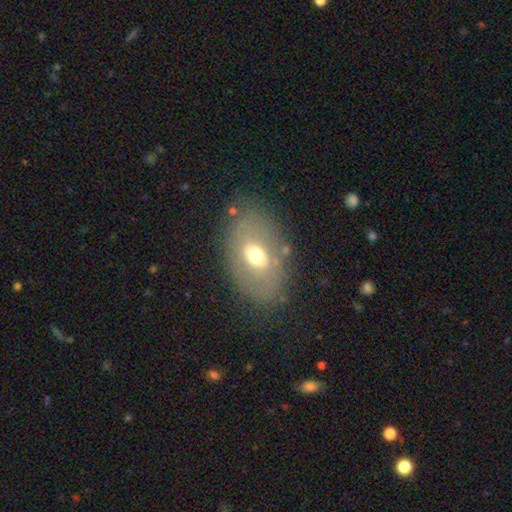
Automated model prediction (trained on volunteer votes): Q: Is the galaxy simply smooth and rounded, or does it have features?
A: smooth — 53%.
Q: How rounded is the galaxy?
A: in between — 83%.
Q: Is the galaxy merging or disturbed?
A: none — 77%.